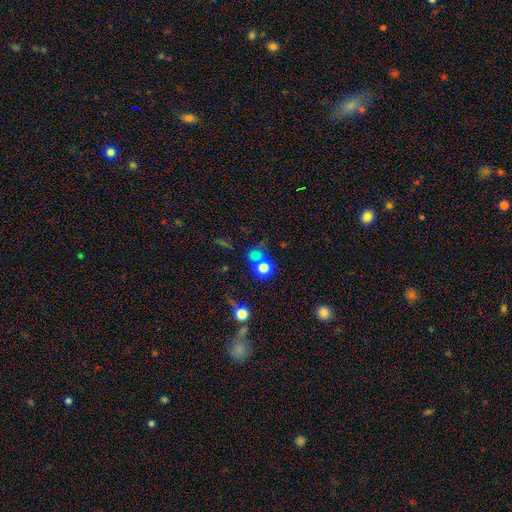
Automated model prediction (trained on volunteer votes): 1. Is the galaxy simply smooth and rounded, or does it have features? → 66% smooth, 24% star or artifact, 9% featured or disk.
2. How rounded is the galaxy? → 79% round, 19% in between, 2% cigar-shaped.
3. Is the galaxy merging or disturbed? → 51% none, 28% merger, 11% minor disturbance, 9% major disturbance.